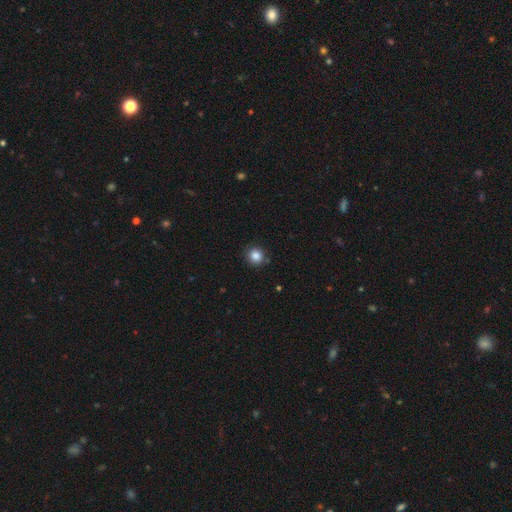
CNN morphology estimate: Smooth or featured: smooth — 85% (star or artifact — 11%)
How rounded: round — 92% (in between — 7%)
Merging: none — 88% (minor disturbance — 8%)